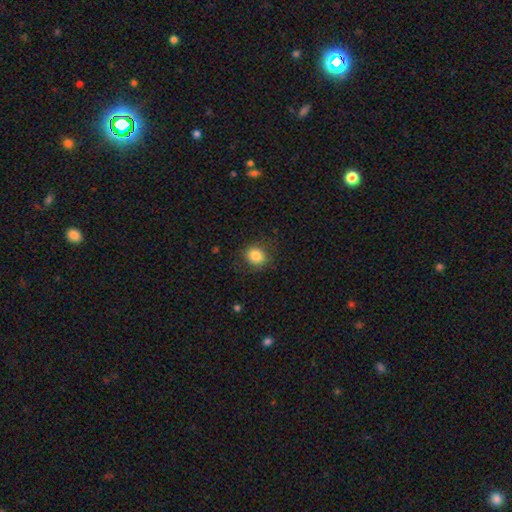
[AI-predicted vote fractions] The model was most divided on "how rounded": round: 77%, in between: 22%, cigar-shaped: 1%. More confident: merging — none (84%); smooth or featured — smooth (84%).